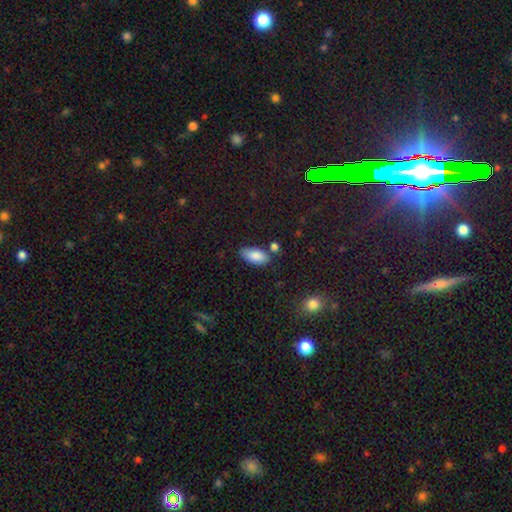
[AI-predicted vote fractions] The model was most divided on "merging": none: 73%, minor disturbance: 17%, merger: 7%, major disturbance: 4%. More confident: how rounded — in between (91%); smooth or featured — smooth (86%).